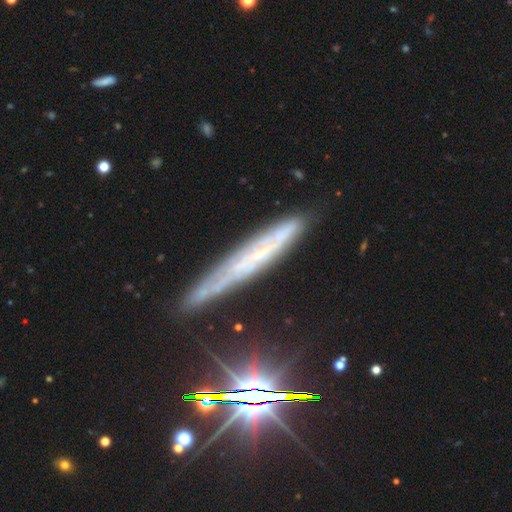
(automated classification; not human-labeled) Q: Smooth or featured?
A: featured or disk (58%); runner-up: smooth (26%)
Q: Edge-on disk?
A: yes (78%); runner-up: no (22%)
Q: Merging?
A: none (75%); runner-up: minor disturbance (19%)